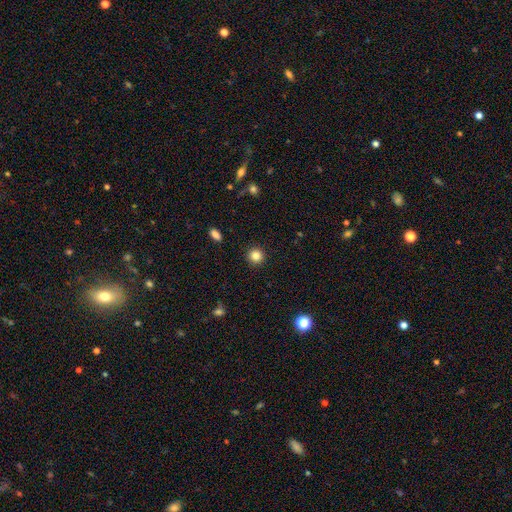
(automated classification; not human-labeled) Overall: smooth (84%). How rounded: round (94%). Merging: none (92%).